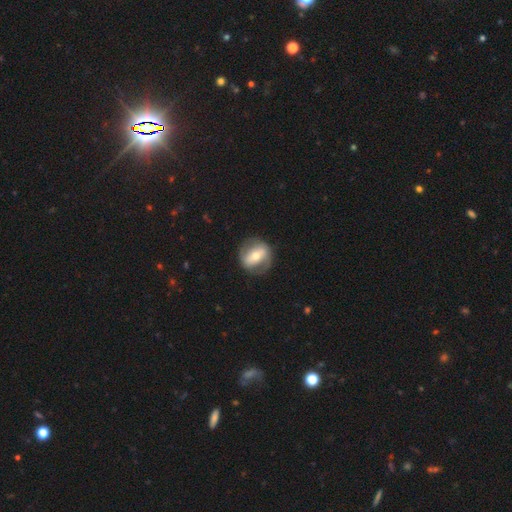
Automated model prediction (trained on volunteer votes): Morphology: type=featured or disk (61%); edge-on=no (93%); bar=strong (48%); spiral arms=yes (59%); bulge=moderate (61%); merging=none (78%).